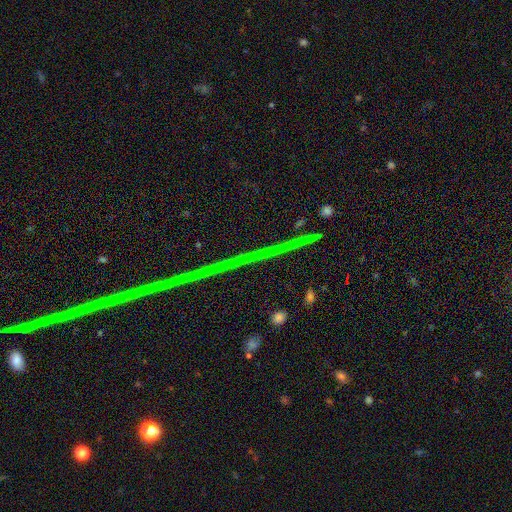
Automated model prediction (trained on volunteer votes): This is clearly a star or artifact rather than a galaxy (83%).